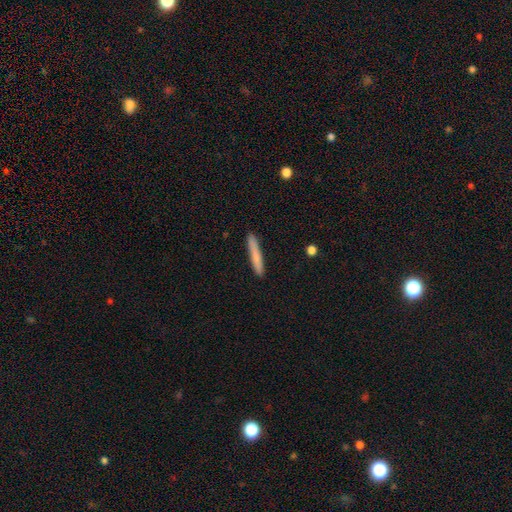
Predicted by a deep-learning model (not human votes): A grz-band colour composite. It shows a smooth galaxy with no disk features (75%) that is cigar-shaped (95%). Merging: none (90%).